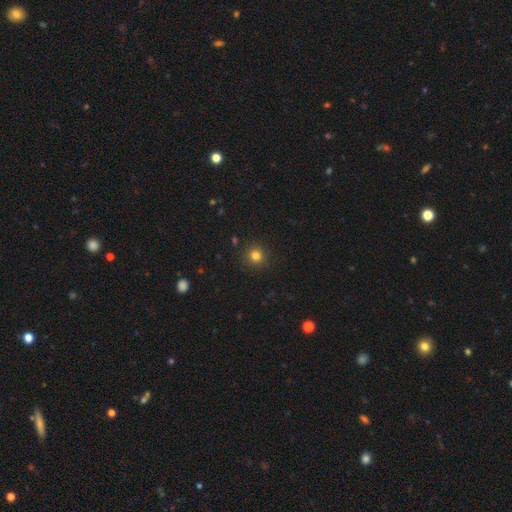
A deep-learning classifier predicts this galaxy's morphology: Smooth or featured? Predicted: smooth (p=0.80). How rounded? Predicted: round (p=0.94). Merging? Predicted: none (p=0.91).